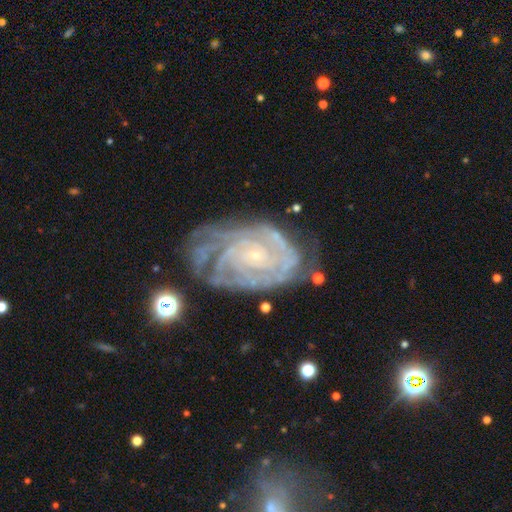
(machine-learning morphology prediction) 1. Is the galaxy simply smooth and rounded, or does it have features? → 87% featured or disk, 7% star or artifact, 6% smooth.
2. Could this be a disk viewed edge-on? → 97% no, 3% yes.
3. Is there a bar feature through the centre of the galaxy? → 74% no, 20% weak, 7% strong.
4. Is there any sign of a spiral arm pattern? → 97% yes, 3% no.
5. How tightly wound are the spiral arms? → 76% tight, 20% medium, 4% loose.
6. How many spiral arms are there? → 28% can't tell, 24% 4, 17% 3, 12% more than 4, 12% 2, 6% 1.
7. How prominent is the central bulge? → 87% small, 8% moderate, 3% none, 1% large, 1% dominant.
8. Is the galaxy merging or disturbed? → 59% none, 25% minor disturbance, 13% major disturbance, 3% merger.